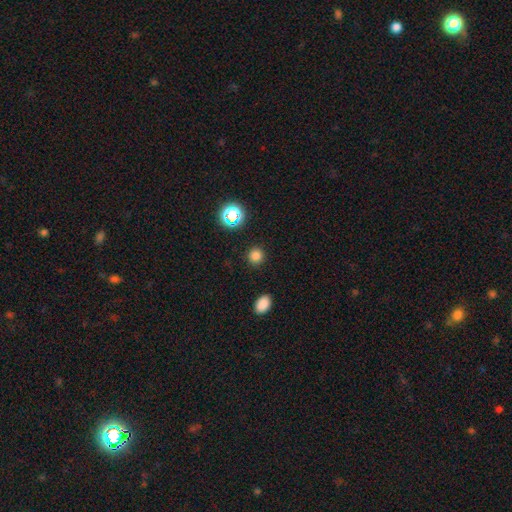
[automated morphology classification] A smooth galaxy with no disk features (79%) that is round (91%). Merging: none (90%).